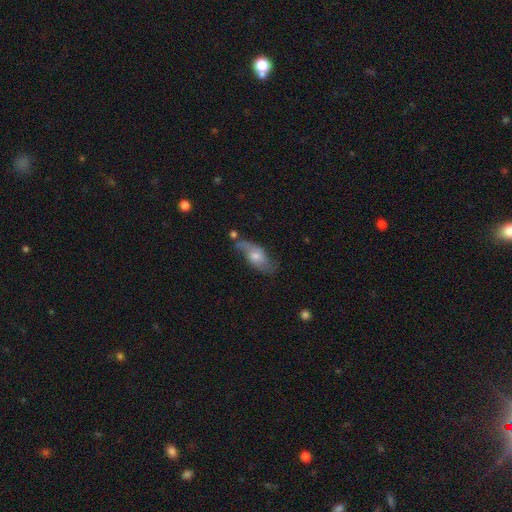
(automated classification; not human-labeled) Q: Smooth or featured?
A: featured or disk (59%); runner-up: smooth (33%)
Q: Edge-on disk?
A: no (85%); runner-up: yes (15%)
Q: Bar?
A: no (68%); runner-up: weak (28%)
Q: Spiral arms?
A: yes (85%); runner-up: no (15%)
Q: Bulge size?
A: moderate (54%); runner-up: small (31%)
Q: Merging?
A: none (60%); runner-up: minor disturbance (24%)